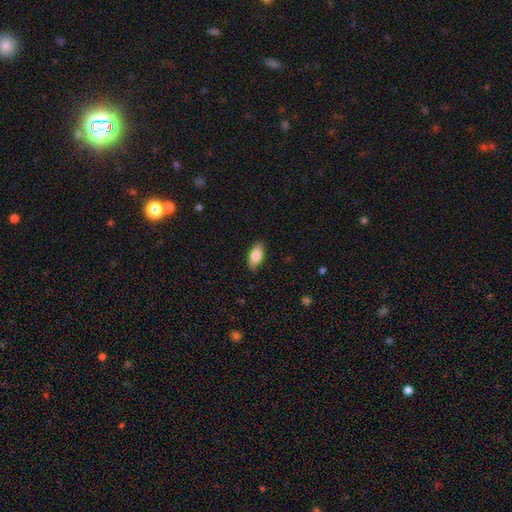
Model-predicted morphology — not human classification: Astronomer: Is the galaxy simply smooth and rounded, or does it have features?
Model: smooth — 81%.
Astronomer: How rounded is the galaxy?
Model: in between — 88%.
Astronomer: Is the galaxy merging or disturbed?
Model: none — 88%.